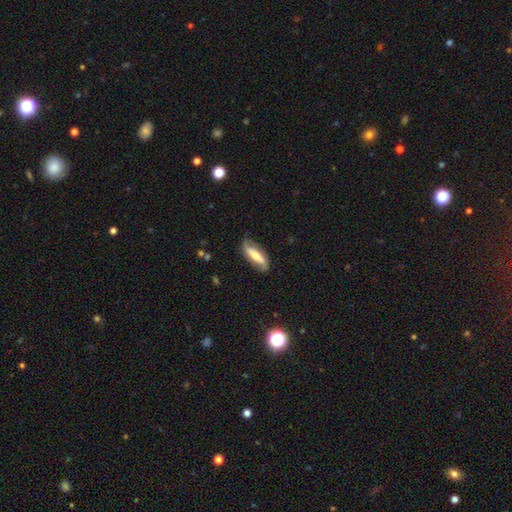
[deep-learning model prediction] Smooth or featured?
  - featured or disk: 56% *
  - smooth: 38%
  - star or artifact: 7%
Edge-on disk?
  - no: 78% *
  - yes: 22%
Merging?
  - none: 73% *
  - minor disturbance: 20%
  - major disturbance: 6%
  - merger: 2%